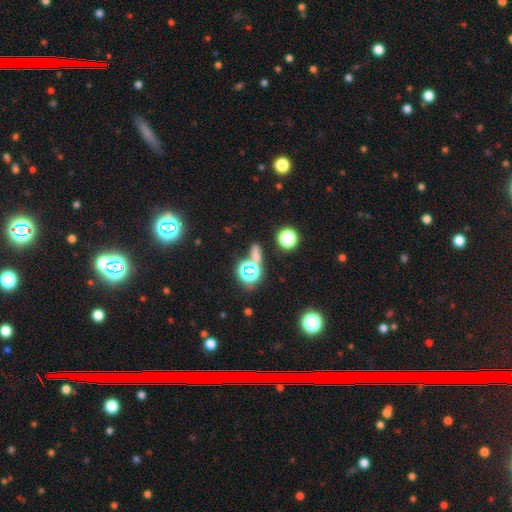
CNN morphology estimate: This appears to be a star or artifact, not a galaxy (46%).